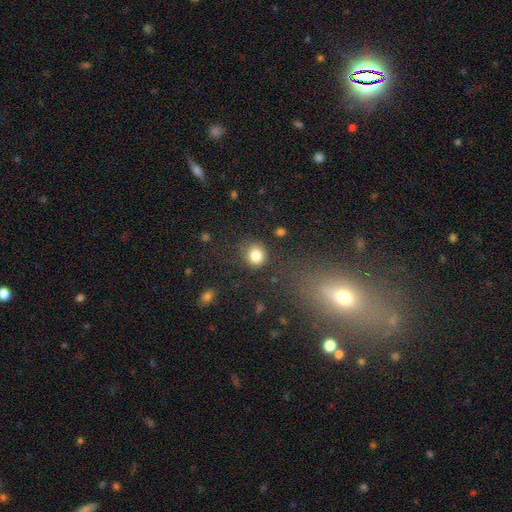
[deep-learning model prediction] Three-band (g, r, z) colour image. It shows a smooth galaxy with no disk features (84%) that is round (81%). Merging: none (79%).